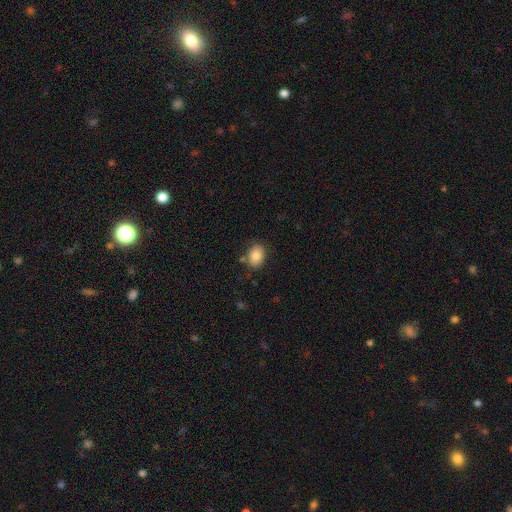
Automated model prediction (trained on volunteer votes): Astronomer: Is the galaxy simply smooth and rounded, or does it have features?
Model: smooth — 84%.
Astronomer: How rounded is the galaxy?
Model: in between — 67%.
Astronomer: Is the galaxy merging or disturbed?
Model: none — 77%.